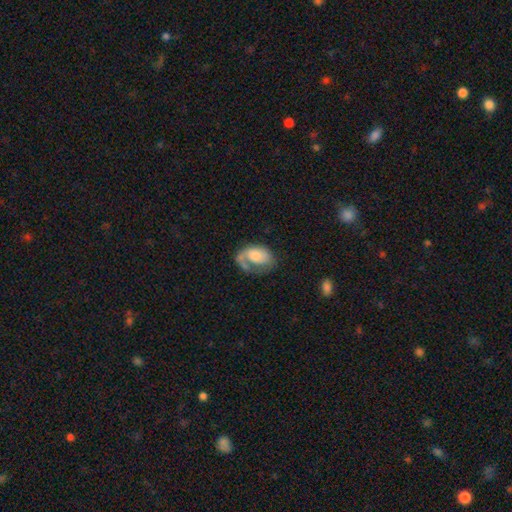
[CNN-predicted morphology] smooth-or-featured: featured or disk: 49% | smooth: 44% | star or artifact: 7%
  merging: none: 36% | major disturbance: 32% | minor disturbance: 23% | merger: 8%